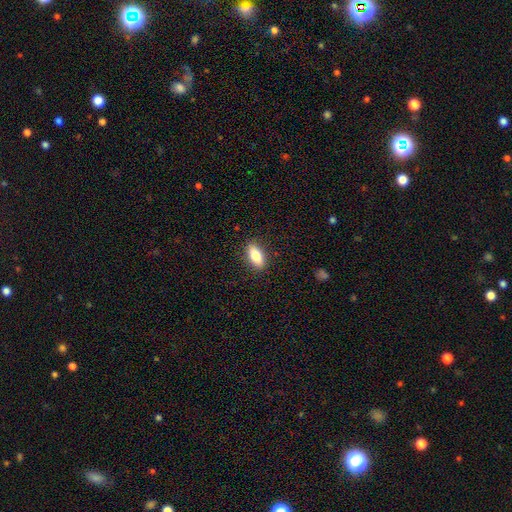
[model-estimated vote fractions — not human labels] Smooth or featured: smooth — 79% (featured or disk — 14%)
How rounded: in between — 80% (cigar-shaped — 16%)
Merging: none — 88% (minor disturbance — 9%)